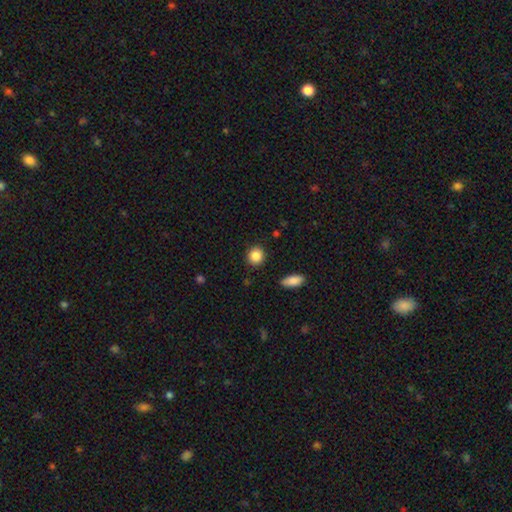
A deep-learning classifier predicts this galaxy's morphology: smooth 86%, star or artifact 9%, featured or disk 5%. Down the decision tree: how rounded — round (83%); merging — none (90%).